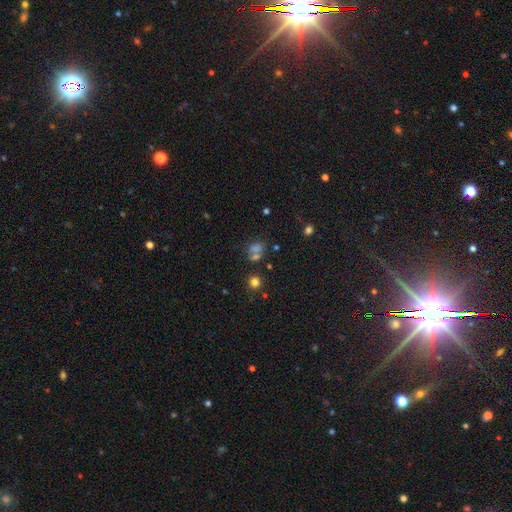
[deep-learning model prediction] smooth_or_featured: smooth (p=0.50) [alt: star or artifact p=0.37]
merging: none (p=0.57) [alt: merger p=0.25]